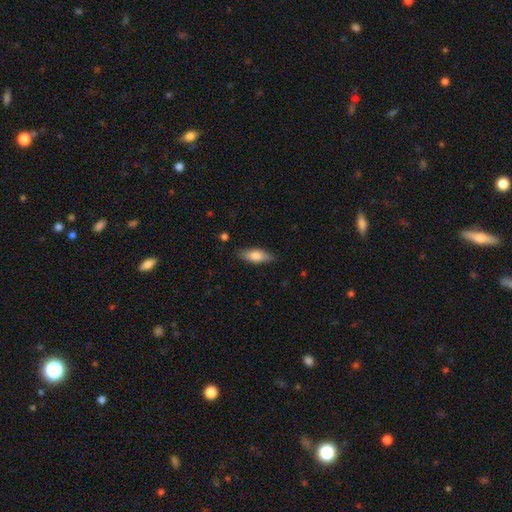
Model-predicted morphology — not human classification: smooth-or-featured: smooth: 72% | featured or disk: 22% | star or artifact: 6%
  how-rounded: in between: 65% | cigar-shaped: 33% | round: 2%
  merging: none: 84% | minor disturbance: 12% | major disturbance: 3% | merger: 1%